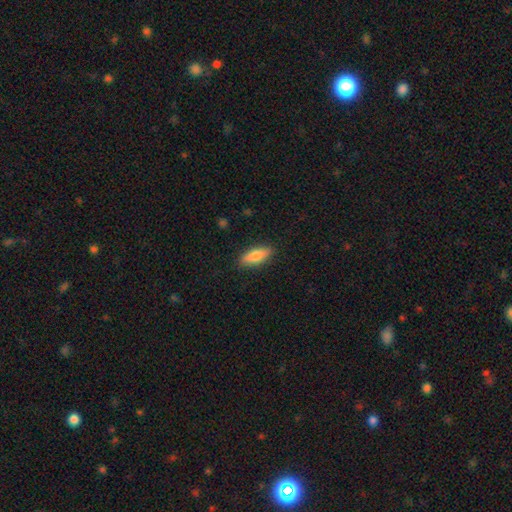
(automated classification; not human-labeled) The model was most divided on "how rounded": in between: 66%, cigar-shaped: 32%, round: 2%. More confident: merging — none (87%); smooth or featured — smooth (81%).